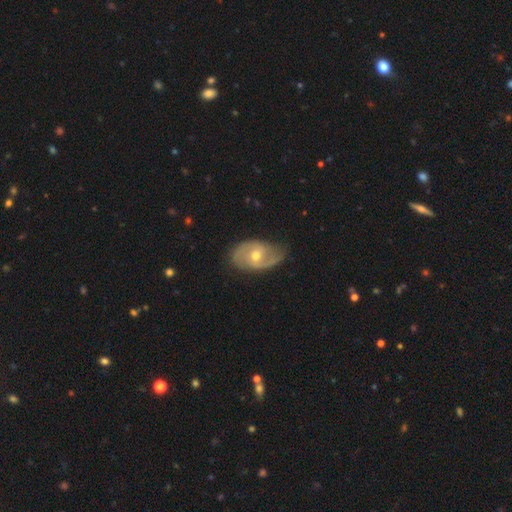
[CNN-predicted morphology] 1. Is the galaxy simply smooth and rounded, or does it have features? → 80% featured or disk, 14% smooth, 6% star or artifact.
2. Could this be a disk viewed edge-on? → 96% no, 4% yes.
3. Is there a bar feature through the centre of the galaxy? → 53% no, 38% weak, 9% strong.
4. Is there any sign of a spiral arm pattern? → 89% yes, 11% no.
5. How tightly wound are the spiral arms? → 44% medium, 36% tight, 21% loose.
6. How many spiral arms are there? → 75% 2, 12% can't tell, 6% 1, 3% 3, 1% 4, 1% more than 4.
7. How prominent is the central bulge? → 68% moderate, 28% small, 3% large, 1% none, 1% dominant.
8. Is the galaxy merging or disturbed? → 69% none, 23% minor disturbance, 7% major disturbance, 1% merger.